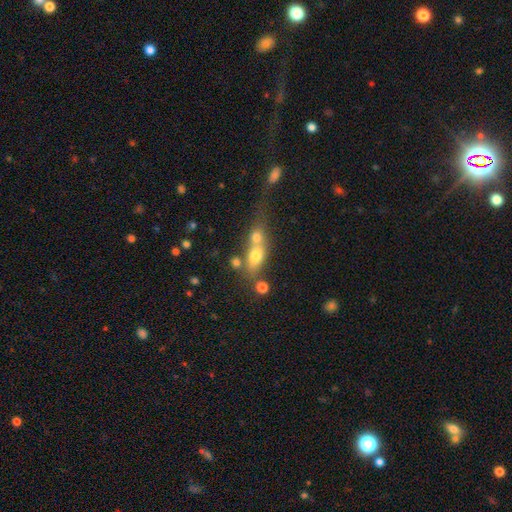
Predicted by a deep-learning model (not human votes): Q: Smooth or featured?
A: smooth (67%); runner-up: featured or disk (20%)
Q: How rounded?
A: in between (59%); runner-up: round (26%)
Q: Merging?
A: merger (61%); runner-up: none (24%)